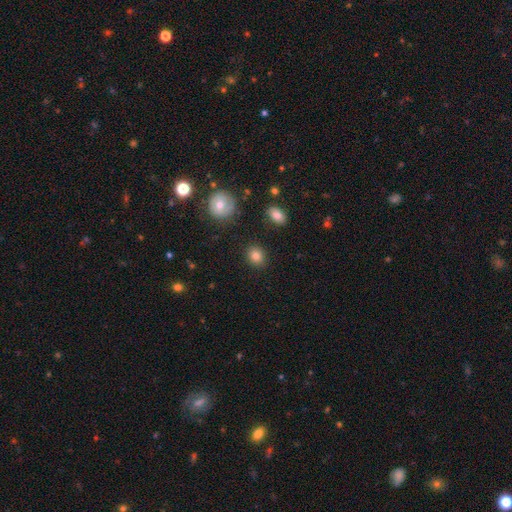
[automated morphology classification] smooth_or_featured: smooth (p=0.83) [alt: star or artifact p=0.10]
how_rounded: round (p=0.63) [alt: in between p=0.36]
merging: none (p=0.88) [alt: minor disturbance p=0.08]